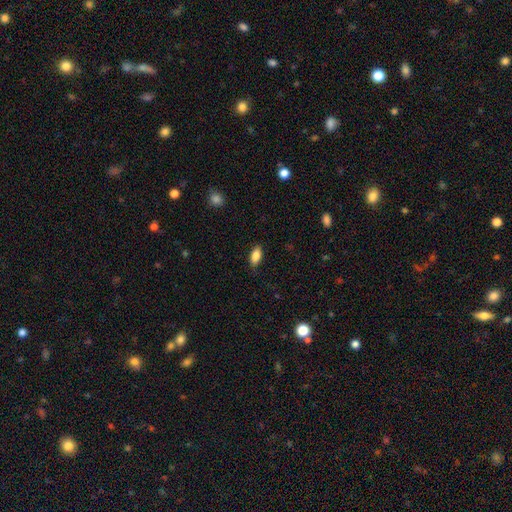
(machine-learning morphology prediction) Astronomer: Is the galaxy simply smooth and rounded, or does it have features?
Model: smooth — 86%.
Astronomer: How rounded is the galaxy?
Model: in between — 90%.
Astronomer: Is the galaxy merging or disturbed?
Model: none — 84%.